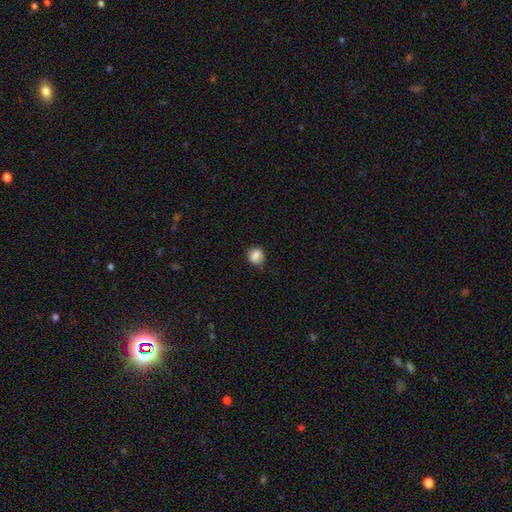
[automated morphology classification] Smooth or featured? Predicted: smooth (p=0.84). How rounded? Predicted: round (p=0.72). Merging? Predicted: none (p=0.73).